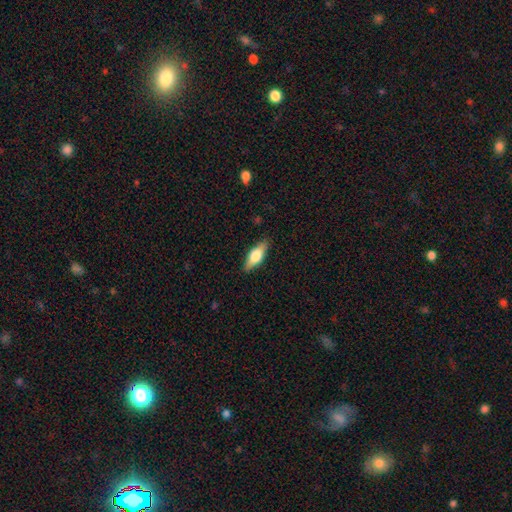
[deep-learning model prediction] Morphology: type=smooth (56%); roundness=in between (64%); merging=none (87%).